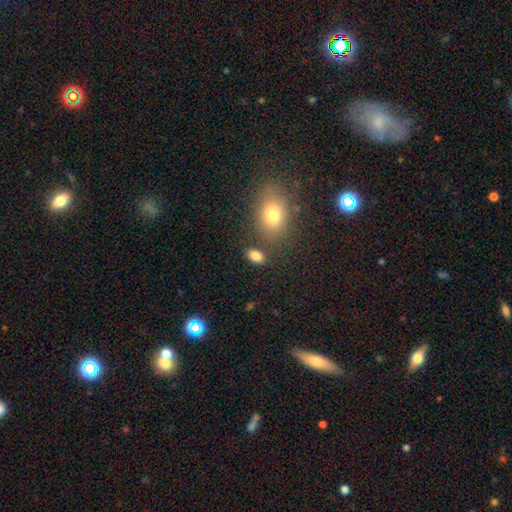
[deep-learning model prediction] Morphology: type=smooth (84%); roundness=in between (87%); merging=none (77%).